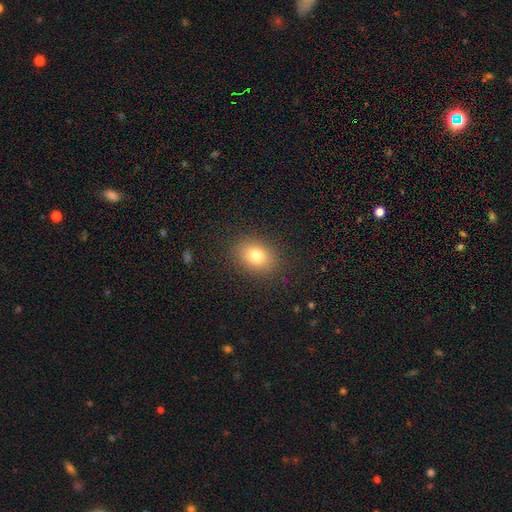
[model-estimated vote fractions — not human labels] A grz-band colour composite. It shows a smooth galaxy with no disk features (80%) that is in between round and cigar-shaped (61%). Merging: none (88%).